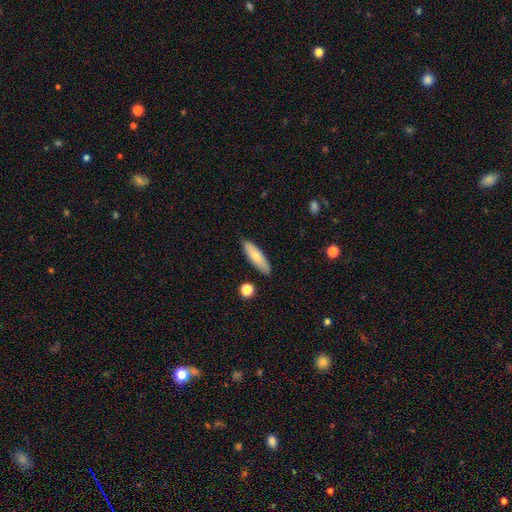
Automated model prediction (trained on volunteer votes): Overall: smooth (75%). How rounded: cigar-shaped (61%; in between 37%). Merging: none (86%).